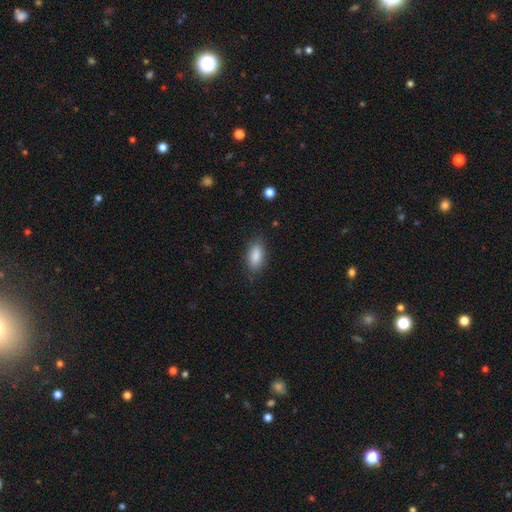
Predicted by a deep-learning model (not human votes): A smooth galaxy with no disk features (87%) that is in between round and cigar-shaped (88%).

Vote fractions:
- Smooth or featured? smooth: 87% / star or artifact: 7% / featured or disk: 6%
- How rounded? in between: 88% / cigar-shaped: 9% / round: 3%
- Merging? none: 82% / minor disturbance: 13% / major disturbance: 4% / merger: 1%